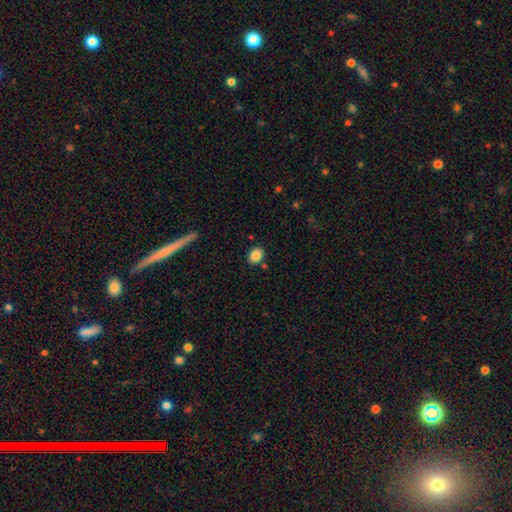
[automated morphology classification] A smooth galaxy with no disk features (85%) that is in between round and cigar-shaped (65%).

Vote fractions:
- Smooth or featured? smooth: 85% / star or artifact: 9% / featured or disk: 7%
- How rounded? in between: 65% / round: 34% / cigar-shaped: 1%
- Merging? none: 83% / minor disturbance: 10% / merger: 5% / major disturbance: 2%